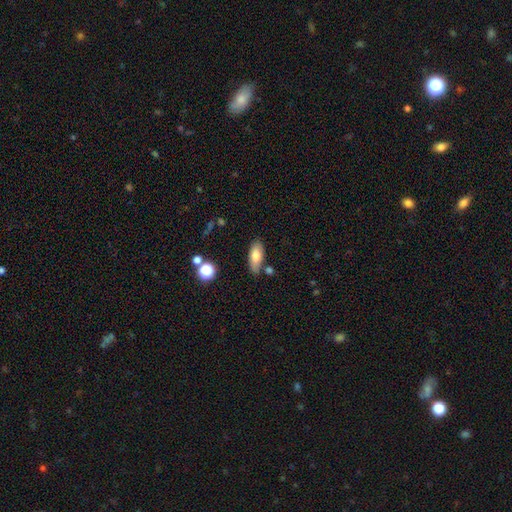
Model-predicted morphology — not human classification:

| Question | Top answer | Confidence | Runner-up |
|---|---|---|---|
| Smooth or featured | smooth | 76% | featured or disk (16%) |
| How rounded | in between | 82% | cigar-shaped (15%) |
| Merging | none | 76% | minor disturbance (15%) |